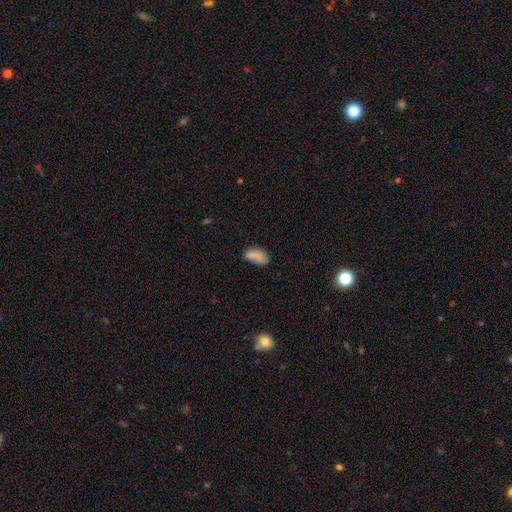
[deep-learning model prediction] This is clearly a smooth galaxy (82%). How rounded: clearly in between (92%). Merging: possibly none (55%).